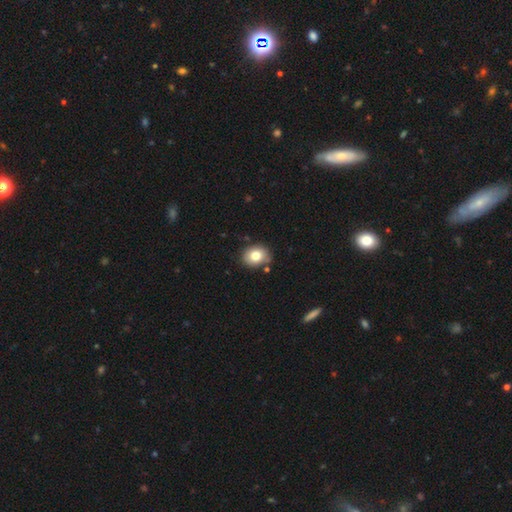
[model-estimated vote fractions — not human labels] The model was most divided on "how rounded": in between: 51%, round: 48%, cigar-shaped: 1%. More confident: merging — none (80%); smooth or featured — smooth (78%).